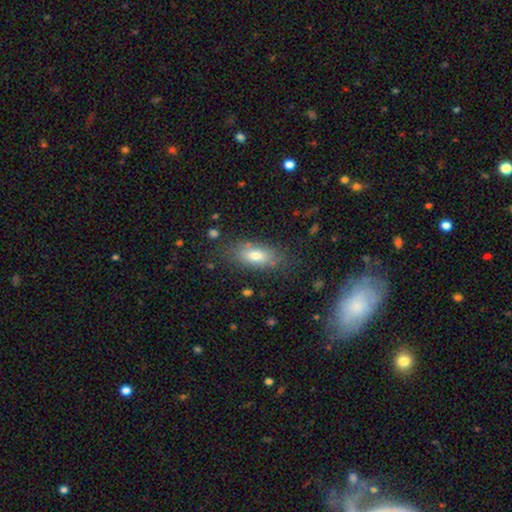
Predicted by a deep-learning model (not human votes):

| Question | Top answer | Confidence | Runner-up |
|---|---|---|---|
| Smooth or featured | smooth | 72% | featured or disk (18%) |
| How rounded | in between | 80% | cigar-shaped (16%) |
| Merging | none | 78% | minor disturbance (15%) |